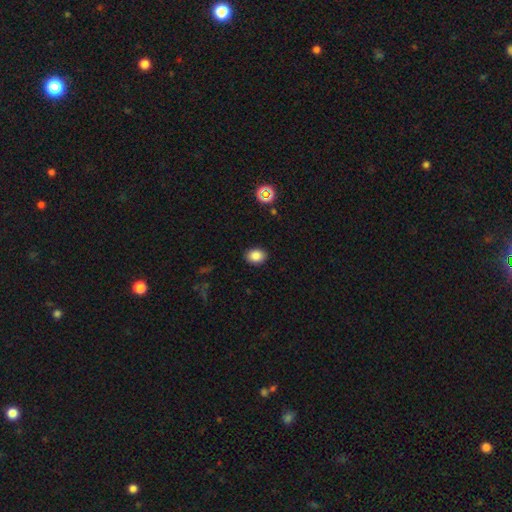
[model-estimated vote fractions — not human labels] smooth-or-featured: smooth: 85% | star or artifact: 10% | featured or disk: 4%
  how-rounded: in between: 67% | round: 32% | cigar-shaped: 1%
  merging: none: 89% | minor disturbance: 7% | major disturbance: 2% | merger: 1%